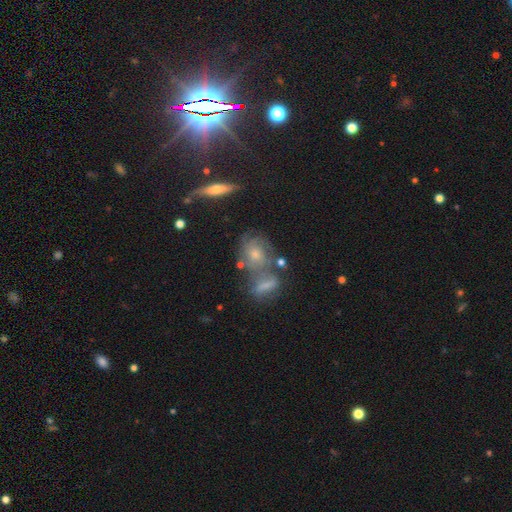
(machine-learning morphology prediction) Q: Smooth or featured?
A: featured or disk (54%); runner-up: smooth (30%)
Q: Edge-on disk?
A: no (85%); runner-up: yes (15%)
Q: Merging?
A: none (49%); runner-up: merger (25%)